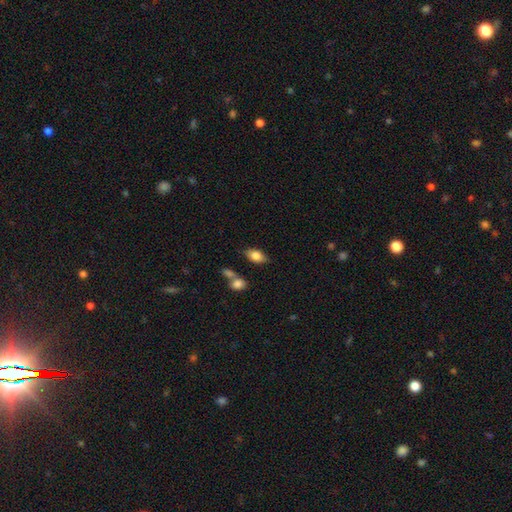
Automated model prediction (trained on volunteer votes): The model was most divided on "merging": none: 74%, minor disturbance: 14%, merger: 8%, major disturbance: 4%. More confident: how rounded — in between (88%); smooth or featured — smooth (80%).